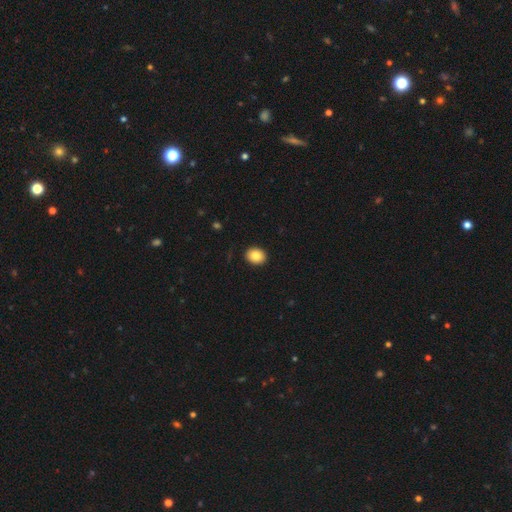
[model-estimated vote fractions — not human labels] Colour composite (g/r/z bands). It shows a smooth galaxy with no disk features (85%) that is round (52%). Merging: none (91%).